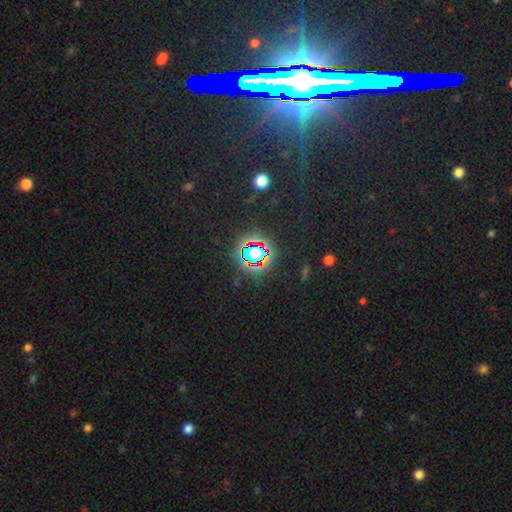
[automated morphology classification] Smooth or featured? star or artifact (80%)